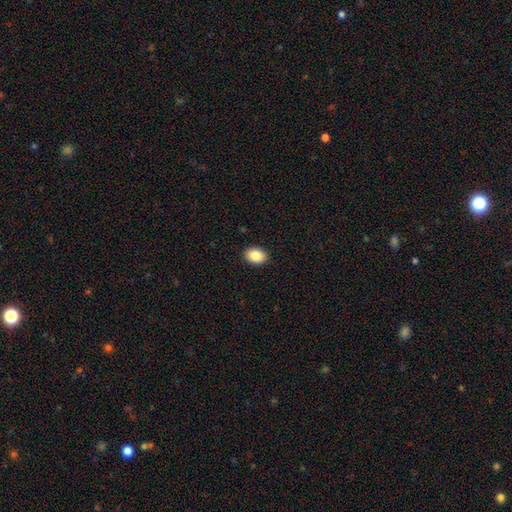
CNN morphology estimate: Overall: smooth (87%). How rounded: in between (78%). Merging: none (91%).